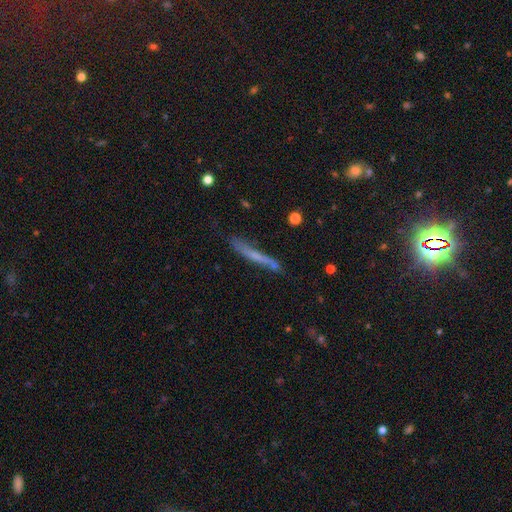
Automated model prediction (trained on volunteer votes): Smooth or featured?
  - smooth: 51% *
  - featured or disk: 41%
  - star or artifact: 8%
How rounded?
  - cigar-shaped: 94% *
  - in between: 4%
  - round: 2%
Merging?
  - none: 66% *
  - minor disturbance: 22%
  - major disturbance: 7%
  - merger: 5%